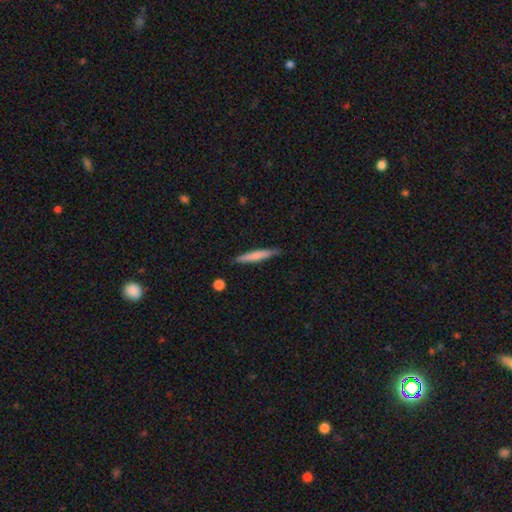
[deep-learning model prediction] This is likely a smooth galaxy (70%). How rounded: clearly cigar-shaped (94%). Merging: clearly none (86%).